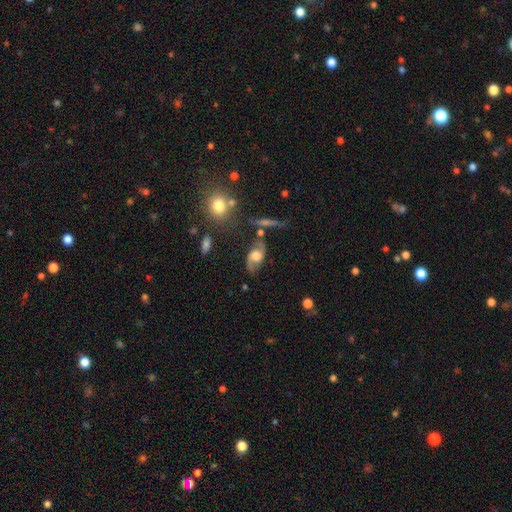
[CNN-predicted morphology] Smooth or featured? Predicted: featured or disk (p=0.72). Edge-on disk? Predicted: no (p=0.92). Bar? Predicted: no (p=0.62). Spiral arms? Predicted: yes (p=0.91). Spiral winding? Predicted: loose (p=0.51). Spiral arm count? Predicted: 2 (p=0.90). Bulge size? Predicted: moderate (p=0.46). Merging? Predicted: none (p=0.70).